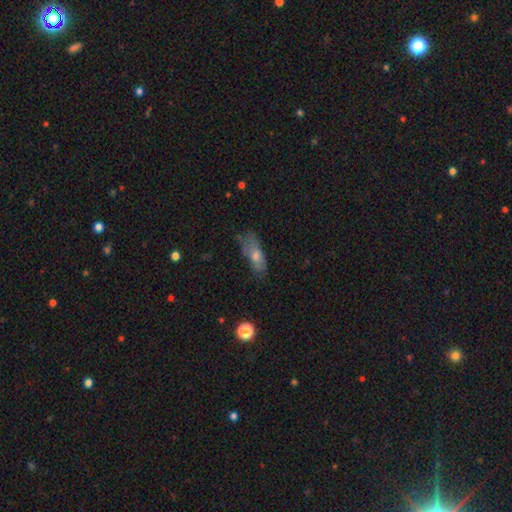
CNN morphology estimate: type=smooth (60%); roundness=in between (66%); merging=none (54%).